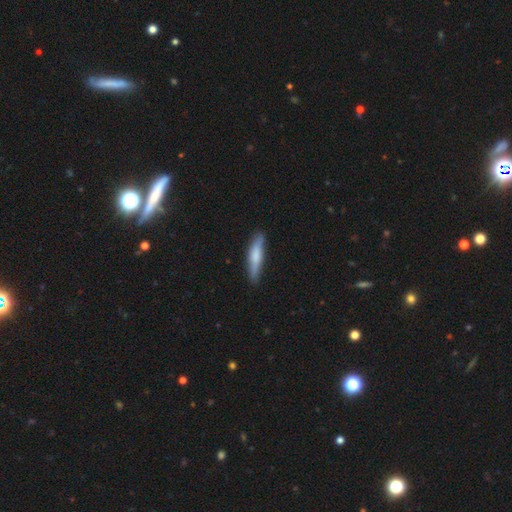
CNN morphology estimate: Smooth or featured?
  - smooth: 68% *
  - featured or disk: 26%
  - star or artifact: 5%
How rounded?
  - cigar-shaped: 85% *
  - in between: 13%
  - round: 1%
Merging?
  - none: 85% *
  - minor disturbance: 12%
  - major disturbance: 2%
  - merger: 1%